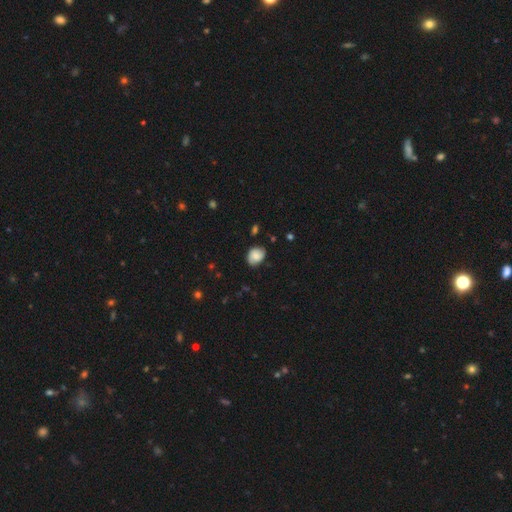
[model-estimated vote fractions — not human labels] Smooth or featured?
  - smooth: 67% *
  - featured or disk: 24%
  - star or artifact: 8%
How rounded?
  - in between: 56% *
  - round: 43%
  - cigar-shaped: 1%
Merging?
  - none: 70% *
  - minor disturbance: 24%
  - major disturbance: 5%
  - merger: 2%